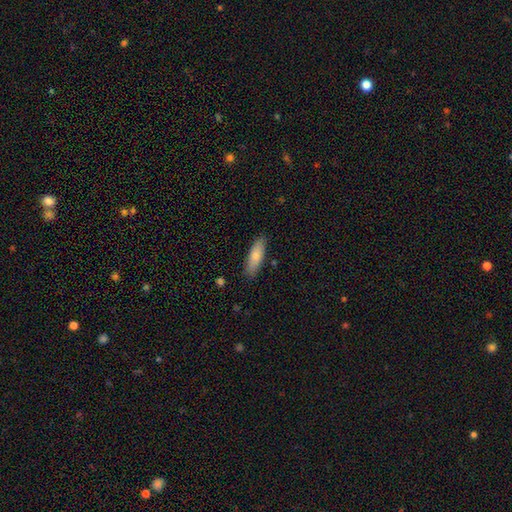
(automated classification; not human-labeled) A smooth galaxy with no disk features (79%) that is in between round and cigar-shaped (52%). Merging: none (86%).